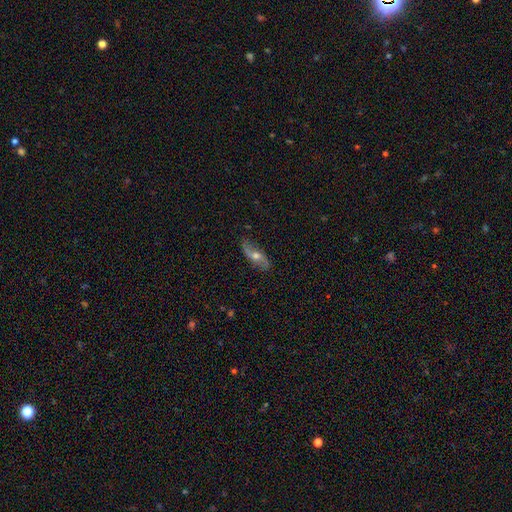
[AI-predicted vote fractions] featured or disk 70%, smooth 23%, star or artifact 7%. Down the decision tree: edge-on disk — no (83%); bar — no (64%); spiral arms — yes (88%); spiral arm count — 2 (90%); spiral winding — loose (70%); bulge size — moderate (70%); merging — none (79%).